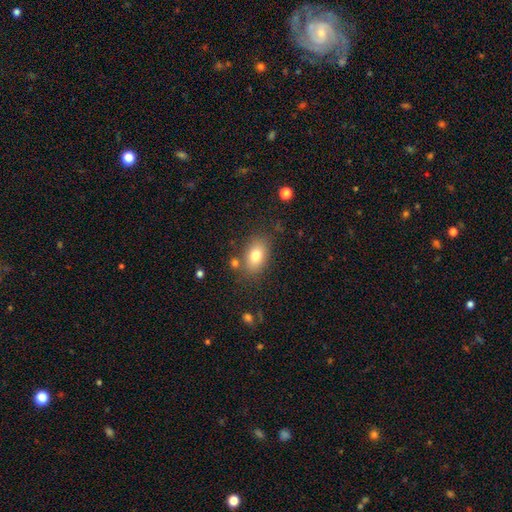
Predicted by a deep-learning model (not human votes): Overall: smooth (78%). How rounded: in between (84%). Merging: none (78%).